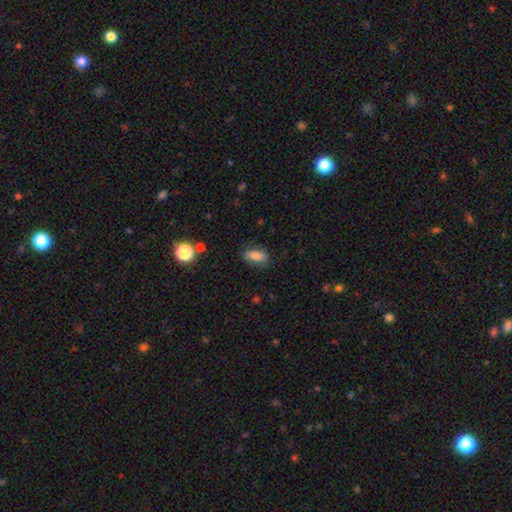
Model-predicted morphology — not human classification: type=smooth (76%); roundness=in between (83%); merging=none (80%).